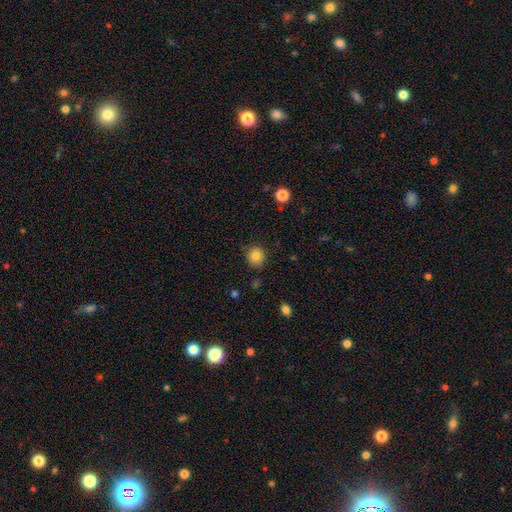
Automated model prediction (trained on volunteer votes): Overall: smooth (84%). How rounded: round (87%). Merging: none (84%).